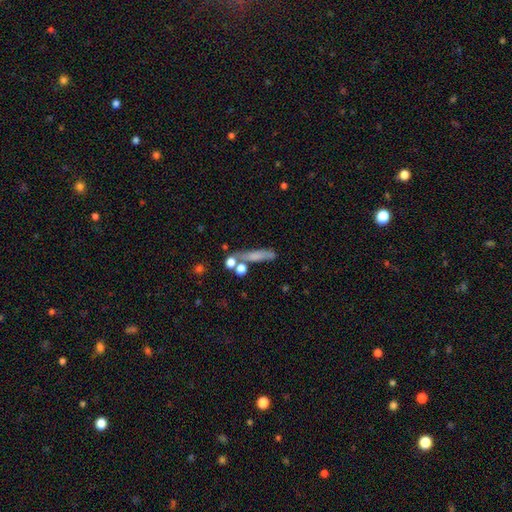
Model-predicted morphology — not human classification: A smooth galaxy with no disk features (62%) that is cigar-shaped (75%). Merging: none (58%).